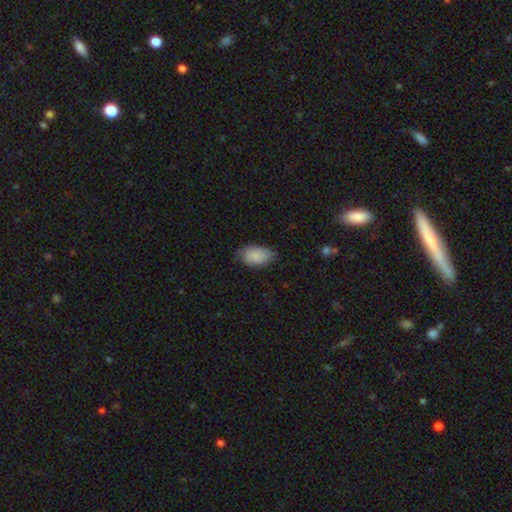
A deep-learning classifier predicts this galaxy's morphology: Overall: smooth (83%). How rounded: in between (92%). Merging: none (64%; minor disturbance 29%).